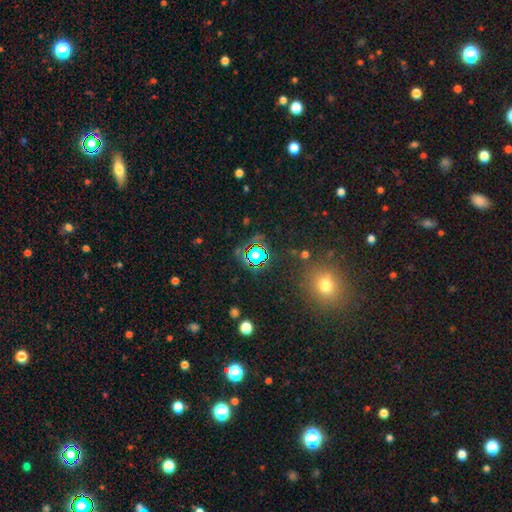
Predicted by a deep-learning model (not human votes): Q: Smooth or featured?
A: star or artifact (60%); runner-up: smooth (29%)